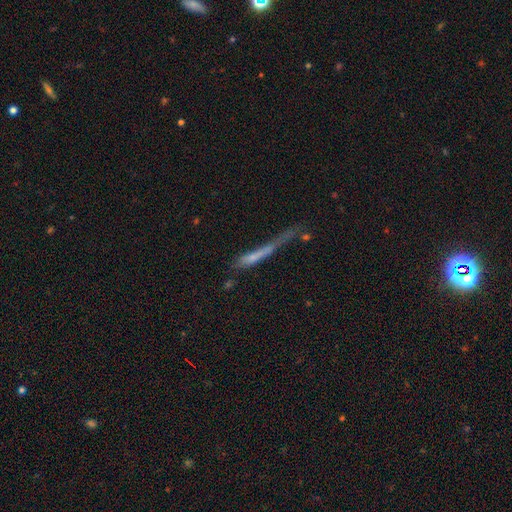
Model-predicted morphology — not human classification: Smooth or featured? Predicted: smooth (p=0.49). Merging? Predicted: none (p=0.32).